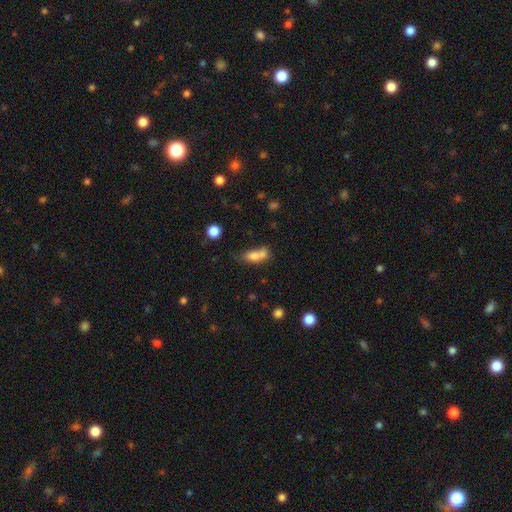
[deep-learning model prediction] A smooth galaxy with no disk features (73%) that is in between round and cigar-shaped (70%). Merging: merger (52%).